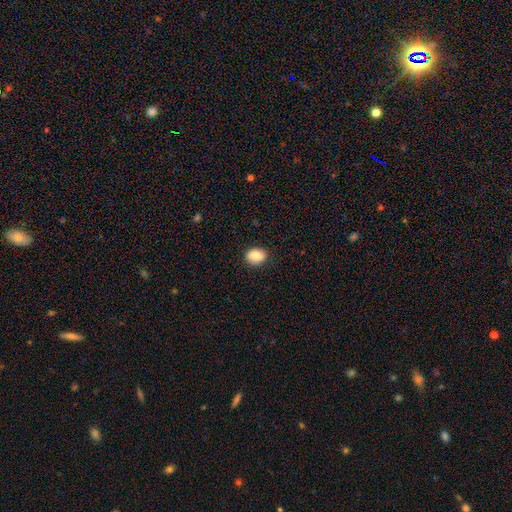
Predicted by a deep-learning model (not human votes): Smooth or featured: smooth — 85% (star or artifact — 8%)
How rounded: in between — 65% (round — 34%)
Merging: none — 86% (minor disturbance — 11%)